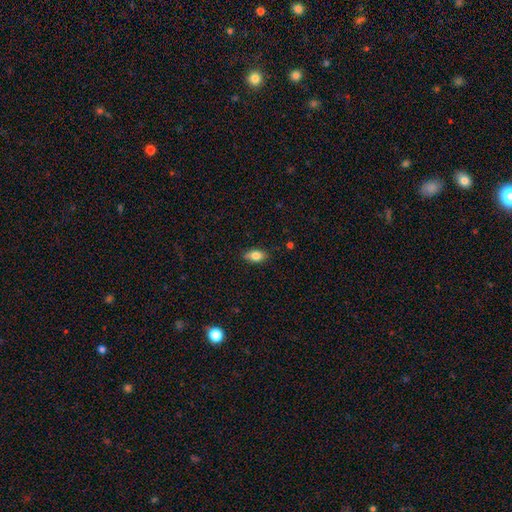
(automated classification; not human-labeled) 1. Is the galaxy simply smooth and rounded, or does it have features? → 82% smooth, 10% featured or disk, 8% star or artifact.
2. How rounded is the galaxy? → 88% in between, 8% round, 4% cigar-shaped.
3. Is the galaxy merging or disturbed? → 82% none, 14% minor disturbance, 2% major disturbance, 1% merger.